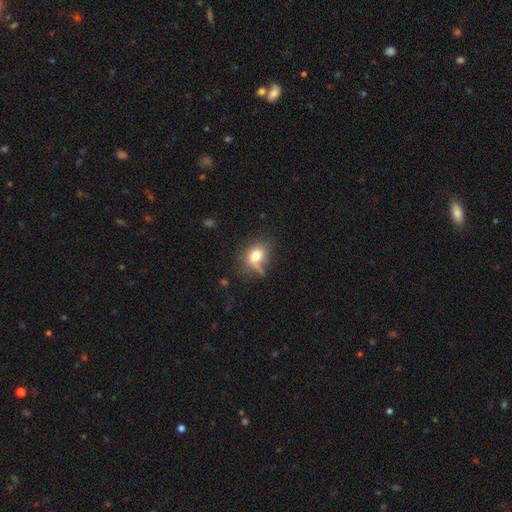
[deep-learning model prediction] smooth-or-featured: smooth: 75% | featured or disk: 14% | star or artifact: 11%
  how-rounded: in between: 54% | round: 44% | cigar-shaped: 2%
  merging: none: 51% | minor disturbance: 26% | major disturbance: 15% | merger: 9%